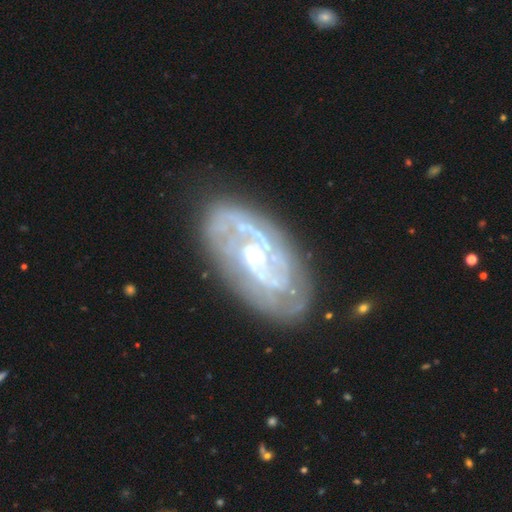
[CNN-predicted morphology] Q: Smooth or featured?
A: featured or disk (85%); runner-up: smooth (9%)
Q: Edge-on disk?
A: no (95%); runner-up: yes (5%)
Q: Bar?
A: no (47%); runner-up: weak (39%)
Q: Spiral arms?
A: yes (90%); runner-up: no (10%)
Q: Spiral winding?
A: tight (55%); runner-up: medium (34%)
Q: Spiral arm count?
A: 2 (43%); runner-up: can't tell (30%)
Q: Bulge size?
A: moderate (46%); runner-up: small (41%)
Q: Merging?
A: none (74%); runner-up: minor disturbance (17%)